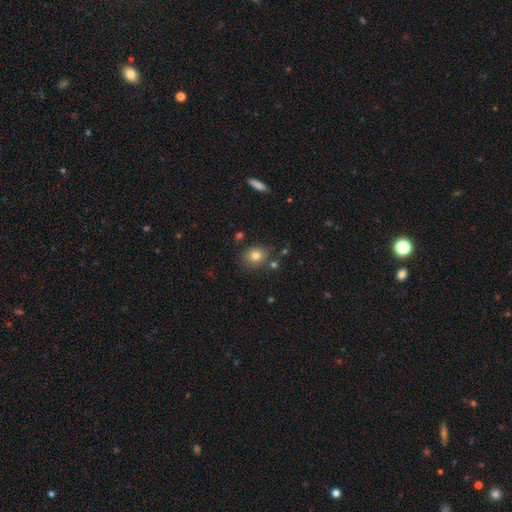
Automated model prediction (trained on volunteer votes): Morphology: type=smooth (79%); roundness=round (70%); merging=none (80%).